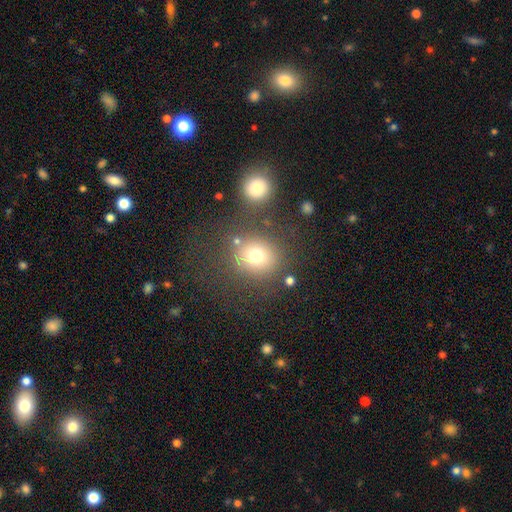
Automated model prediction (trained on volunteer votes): This appears to be a smooth galaxy with no disk features (73%) that is round (82%). Merging: none (75%).